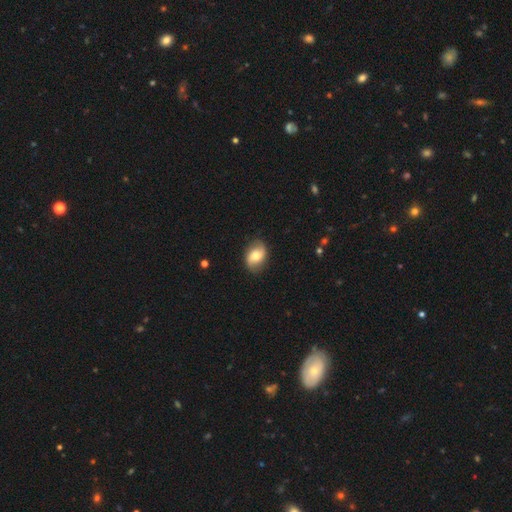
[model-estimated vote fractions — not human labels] Smooth or featured?
  - smooth: 49% *
  - featured or disk: 44%
  - star or artifact: 7%
Merging?
  - none: 82% *
  - minor disturbance: 14%
  - major disturbance: 3%
  - merger: 1%